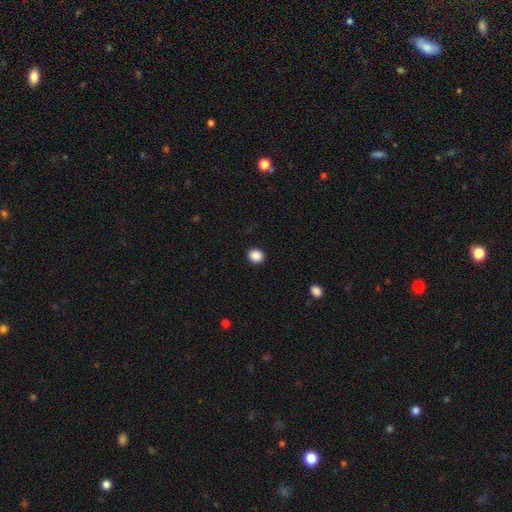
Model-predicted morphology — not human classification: smooth-or-featured: smooth: 89% | star or artifact: 9% | featured or disk: 2%
  how-rounded: round: 78% | in between: 22% | cigar-shaped: 1%
  merging: none: 92% | minor disturbance: 5% | major disturbance: 2% | merger: 1%